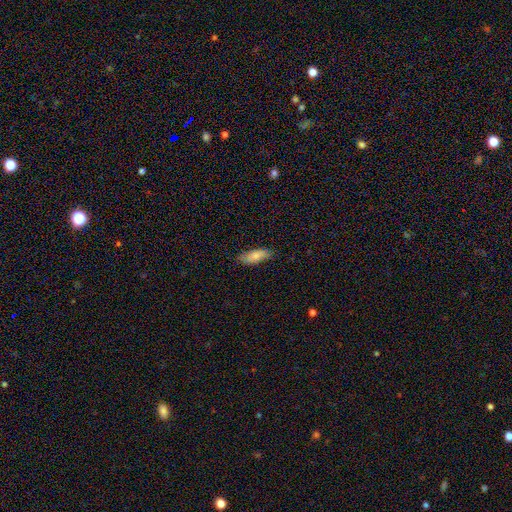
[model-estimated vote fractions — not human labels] This appears to be a smooth galaxy with no disk features (80%) that is in between round and cigar-shaped (73%). Merging: none (79%).